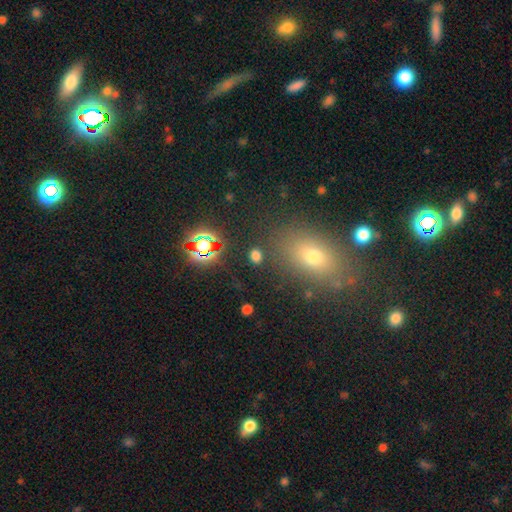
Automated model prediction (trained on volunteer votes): Smooth or featured: smooth — 68% (star or artifact — 25%)
How rounded: in between — 58% (round — 40%)
Merging: none — 81% (minor disturbance — 10%)